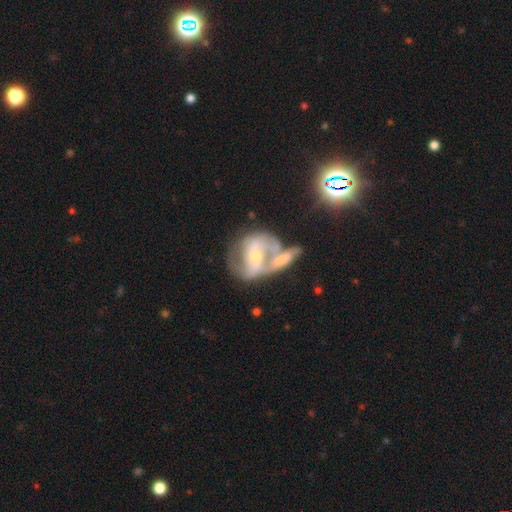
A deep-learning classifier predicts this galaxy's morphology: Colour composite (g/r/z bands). It shows a featured or disk galaxy (76%) with no bar (38%), 2 (71%) medium (45%) spiral arms (76%) and a small central bulge (55%). Merging: merger (53%).